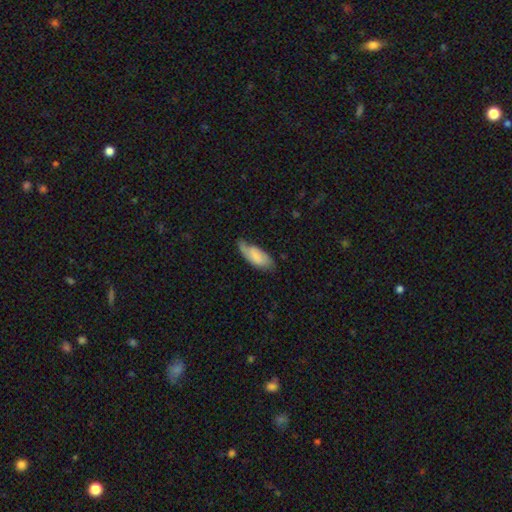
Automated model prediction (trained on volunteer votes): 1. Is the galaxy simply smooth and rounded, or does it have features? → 62% smooth, 31% featured or disk, 6% star or artifact.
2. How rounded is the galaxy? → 84% in between, 14% cigar-shaped, 2% round.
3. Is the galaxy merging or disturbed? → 51% none, 34% minor disturbance, 12% major disturbance, 2% merger.